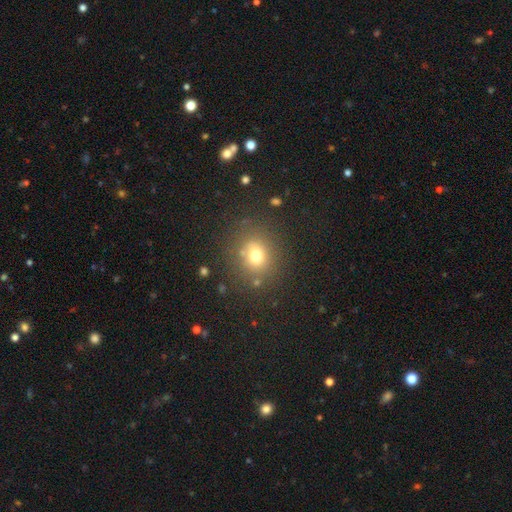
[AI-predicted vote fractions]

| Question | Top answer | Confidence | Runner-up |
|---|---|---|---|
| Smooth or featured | smooth | 70% | star or artifact (18%) |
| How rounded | round | 77% | in between (22%) |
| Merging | none | 79% | minor disturbance (11%) |